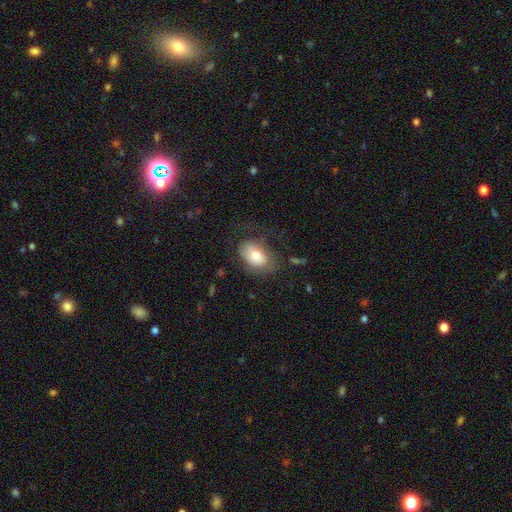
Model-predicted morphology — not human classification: A smooth galaxy with no disk features (72%) that is in between round and cigar-shaped (88%).

Vote fractions:
- Smooth or featured? smooth: 72% / featured or disk: 20% / star or artifact: 7%
- How rounded? in between: 88% / round: 10% / cigar-shaped: 1%
- Merging? none: 55% / minor disturbance: 24% / major disturbance: 19% / merger: 2%